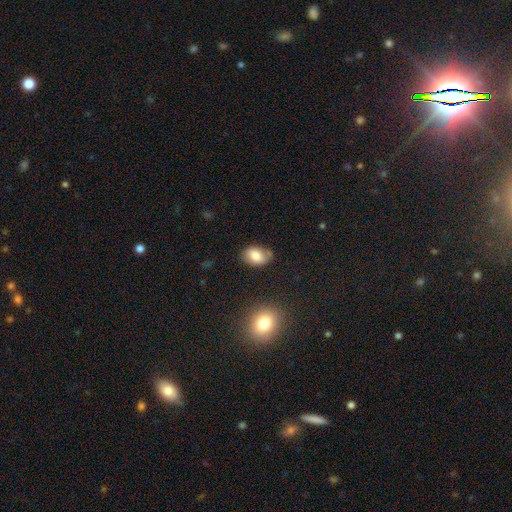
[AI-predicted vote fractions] smooth 79%, featured or disk 12%, star or artifact 9%. Down the decision tree: how rounded — in between (81%); merging — none (67%).